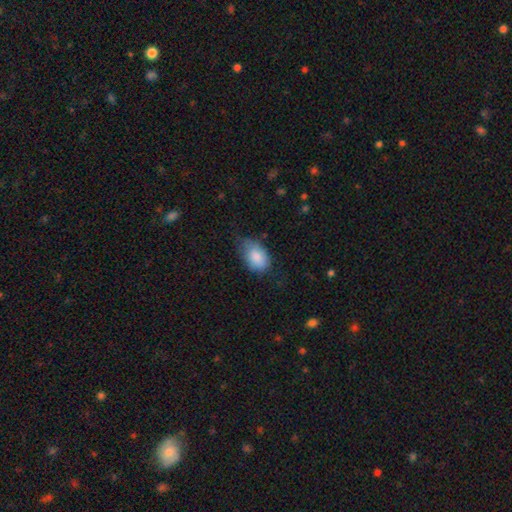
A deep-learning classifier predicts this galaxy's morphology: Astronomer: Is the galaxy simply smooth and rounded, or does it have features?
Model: smooth — 85%.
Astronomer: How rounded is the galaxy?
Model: in between — 90%.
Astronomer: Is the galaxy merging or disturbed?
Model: none — 49% (runner-up: minor disturbance, 38%).